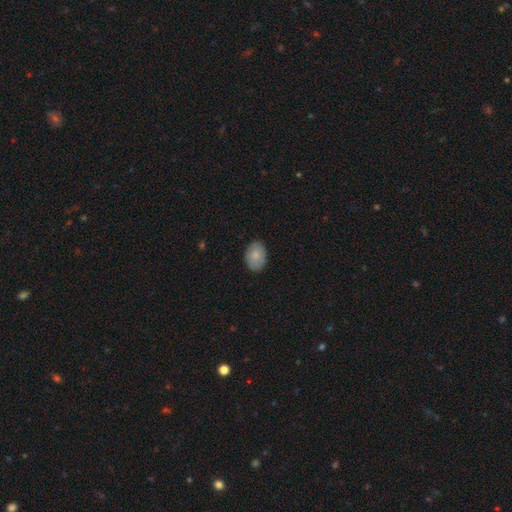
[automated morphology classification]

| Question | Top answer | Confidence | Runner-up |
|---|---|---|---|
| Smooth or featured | smooth | 83% | featured or disk (11%) |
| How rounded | in between | 78% | round (21%) |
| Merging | none | 86% | minor disturbance (11%) |